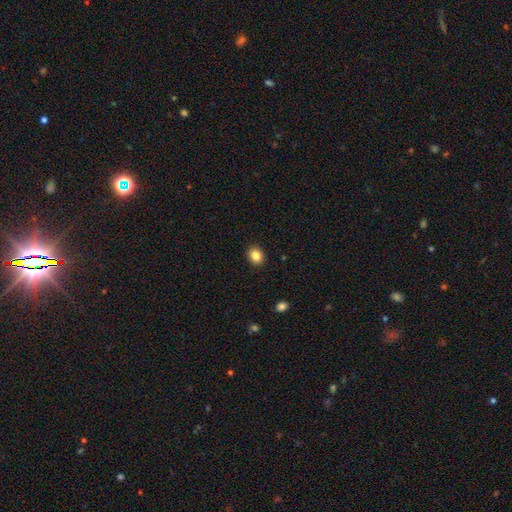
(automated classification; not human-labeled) Overall: smooth (85%). How rounded: round (60%; in between 40%). Merging: none (91%).